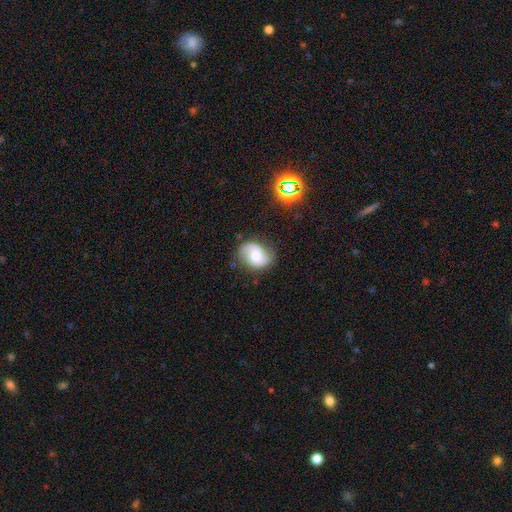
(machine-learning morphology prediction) Overall: featured or disk (62%; smooth 30%). Edge-on disk: no (97%). Bar: no (60%; weak 33%). Spiral arms: yes (91%). Spiral arm count: 2 (83%). Spiral winding: medium (43%; loose 38%). Bulge size: moderate (57%; small 29%). Merging: none (71%).